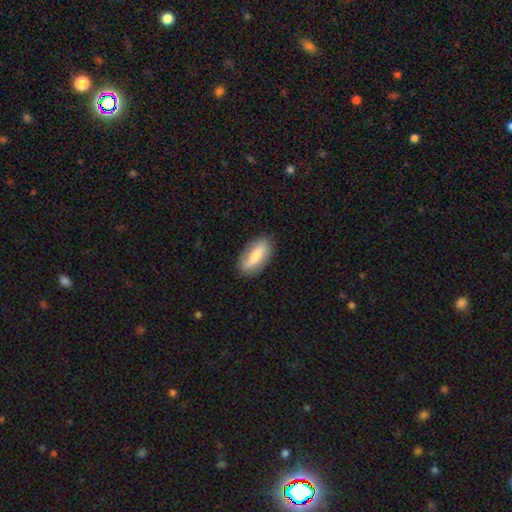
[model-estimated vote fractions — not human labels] smooth-or-featured: smooth: 69% | featured or disk: 25% | star or artifact: 6%
  how-rounded: in between: 78% | cigar-shaped: 19% | round: 3%
  merging: none: 83% | minor disturbance: 13% | major disturbance: 3% | merger: 1%